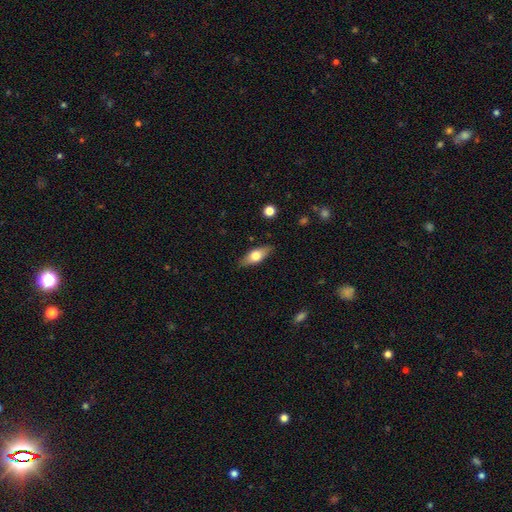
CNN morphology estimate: This appears to be a smooth galaxy with no disk features (58%) that is in between round and cigar-shaped (69%). Merging: none (86%).